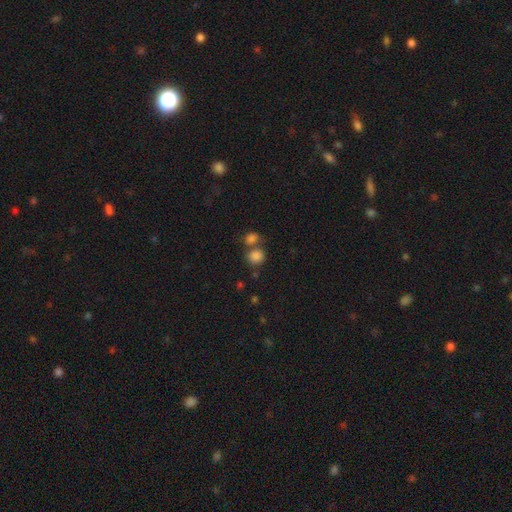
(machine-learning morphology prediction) Overall: smooth (83%). How rounded: round (78%). Merging: none (48%; merger 39%).